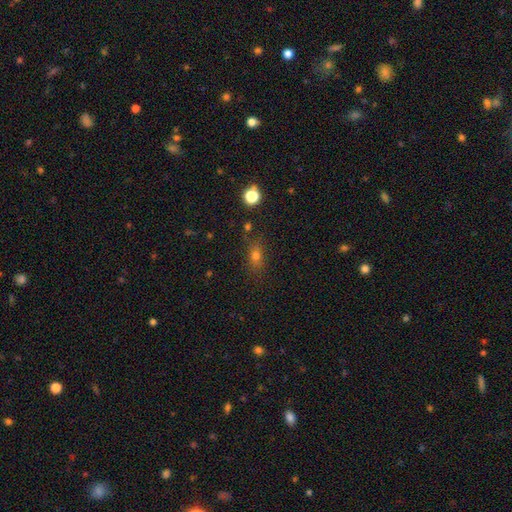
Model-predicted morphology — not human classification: Smooth or featured? Predicted: smooth (p=0.68). How rounded? Predicted: in between (p=0.63). Merging? Predicted: none (p=0.78).